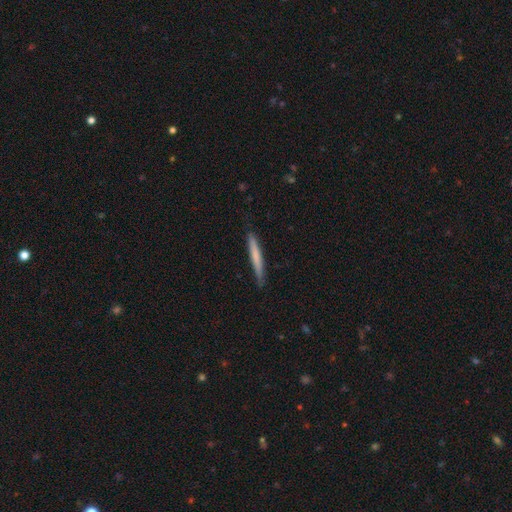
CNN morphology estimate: smooth-or-featured: smooth: 67% | featured or disk: 28% | star or artifact: 5%
  how-rounded: cigar-shaped: 96% | in between: 2% | round: 1%
  merging: none: 84% | minor disturbance: 12% | major disturbance: 2% | merger: 1%